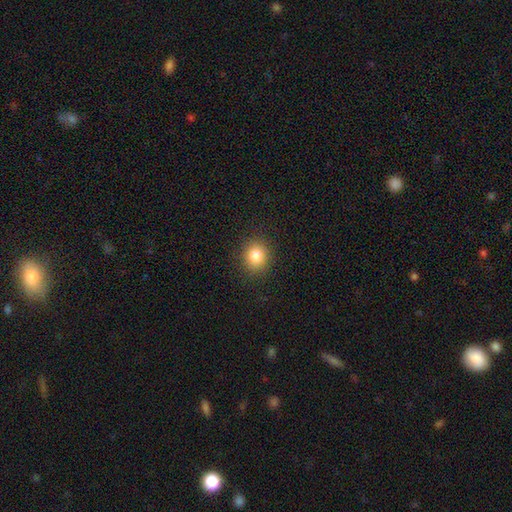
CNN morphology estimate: Overall: smooth (83%). How rounded: round (75%). Merging: none (89%).